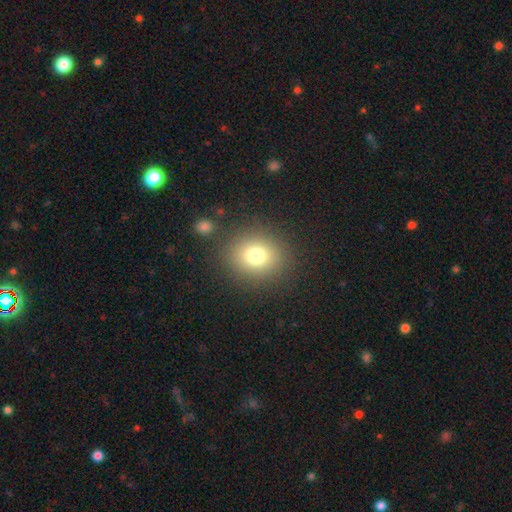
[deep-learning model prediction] The model was most divided on "how rounded": round: 76%, in between: 23%, cigar-shaped: 1%. More confident: merging — none (85%); smooth or featured — smooth (76%).